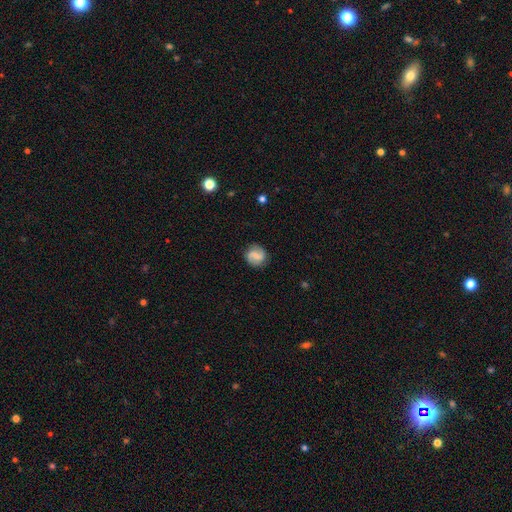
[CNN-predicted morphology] smooth-or-featured: featured or disk: 55% | smooth: 37% | star or artifact: 8%
  disk-edge-on: no: 98% | yes: 2%
    bar: weak: 47% | strong: 30% | no: 23%
    has-spiral-arms: yes: 88% | no: 12%
    bulge-size: none: 38% | small: 36% | moderate: 21% | large: 4% | dominant: 1%
  merging: none: 82% | minor disturbance: 12% | major disturbance: 4% | merger: 2%